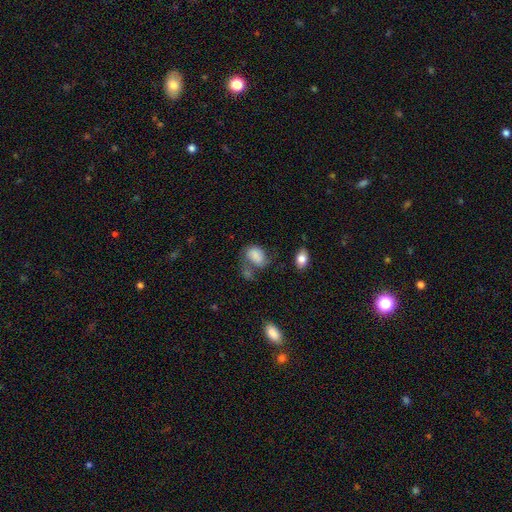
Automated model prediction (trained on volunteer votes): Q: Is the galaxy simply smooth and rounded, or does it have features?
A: smooth — 73%.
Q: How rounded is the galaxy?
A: in between — 77%.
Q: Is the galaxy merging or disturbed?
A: none — 34%.